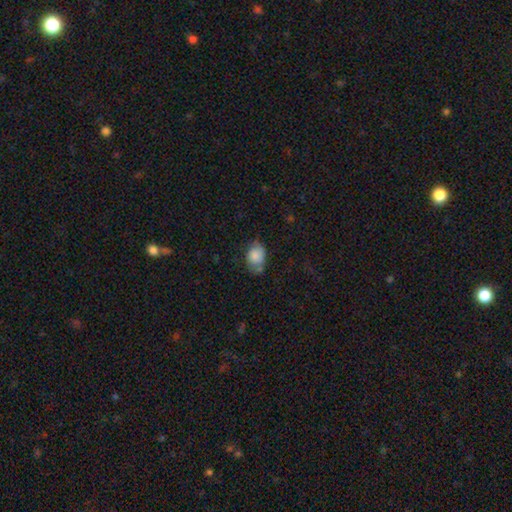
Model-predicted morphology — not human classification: Smooth or featured? Predicted: smooth (p=0.83). How rounded? Predicted: in between (p=0.70). Merging? Predicted: none (p=0.52).